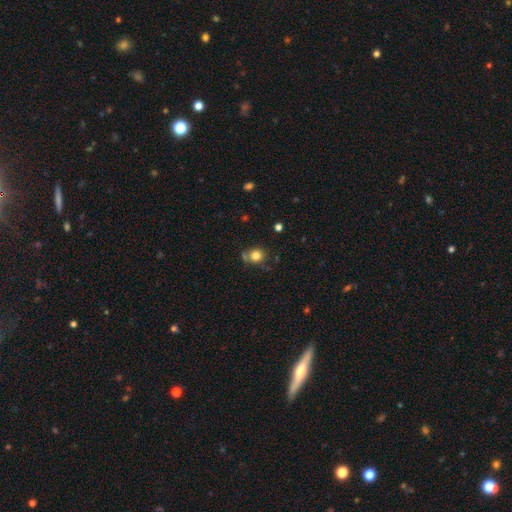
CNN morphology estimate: smooth_or_featured: smooth (p=0.80) [alt: star or artifact p=0.12]
how_rounded: round (p=0.80) [alt: in between p=0.19]
merging: none (p=0.65) [alt: minor disturbance p=0.18]